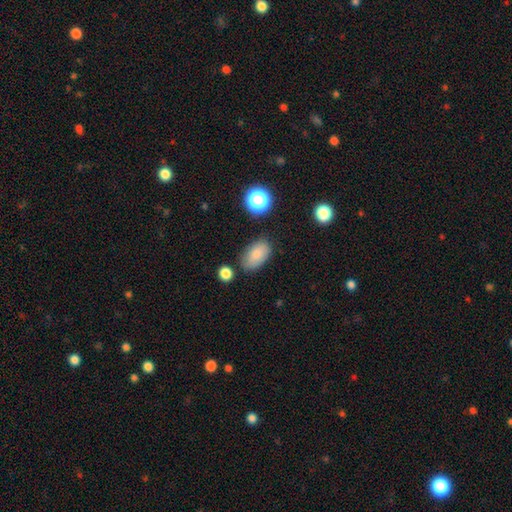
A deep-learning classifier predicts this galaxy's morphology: smooth_or_featured: smooth (p=0.82) [alt: featured or disk p=0.09]
how_rounded: in between (p=0.92) [alt: round p=0.07]
merging: none (p=0.77) [alt: minor disturbance p=0.16]